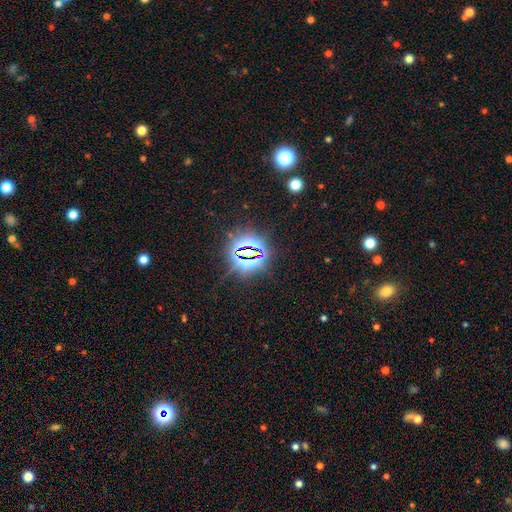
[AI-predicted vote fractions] A star or artifact, not a galaxy (82%).

Vote fractions:
- Smooth or featured? star or artifact: 82% / smooth: 11% / featured or disk: 8%